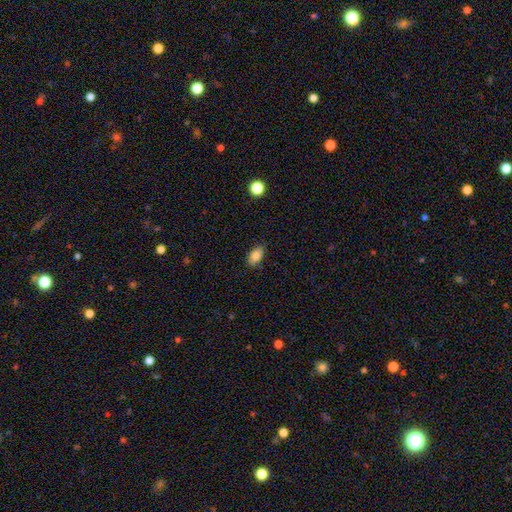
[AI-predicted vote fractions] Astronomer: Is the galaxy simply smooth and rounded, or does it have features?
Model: smooth — 83%.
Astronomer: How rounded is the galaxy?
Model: in between — 90%.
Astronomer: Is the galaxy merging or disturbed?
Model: none — 83%.